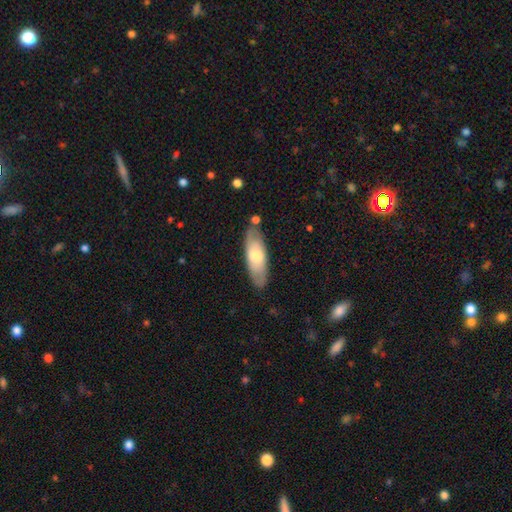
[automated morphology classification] This appears to be a smooth galaxy with no disk features (60%) that is in between round and cigar-shaped (64%). Merging: none (76%).